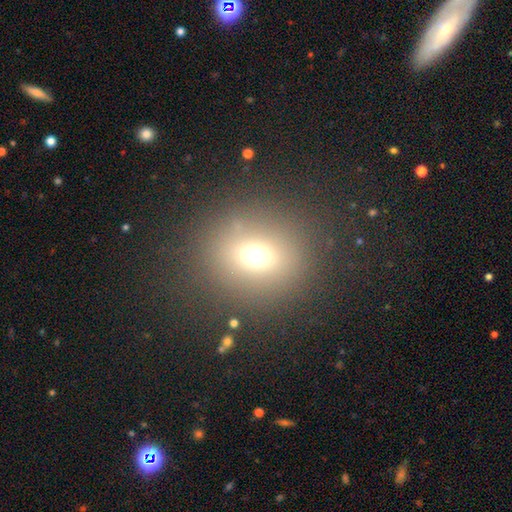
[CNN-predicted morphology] type=smooth (66%); roundness=round (70%); merging=none (85%).